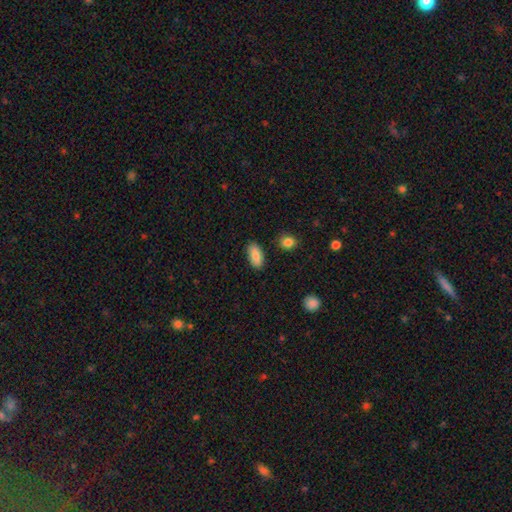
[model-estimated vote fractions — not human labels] smooth_or_featured: smooth (p=0.85) [alt: featured or disk p=0.09]
how_rounded: in between (p=0.88) [alt: cigar-shaped p=0.09]
merging: none (p=0.86) [alt: minor disturbance p=0.10]